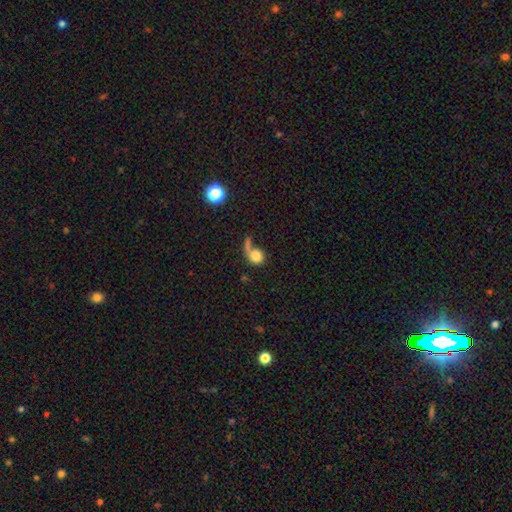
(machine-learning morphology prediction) This appears to be a smooth galaxy with no disk features (67%) that is round (70%). Merging: none (31%).